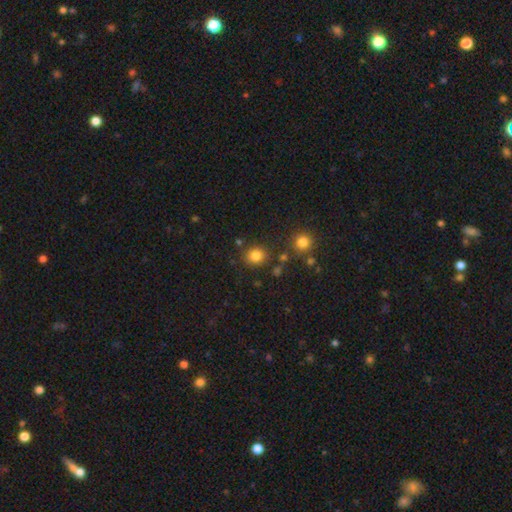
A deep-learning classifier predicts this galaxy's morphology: Q: Smooth or featured?
A: smooth (82%); runner-up: star or artifact (13%)
Q: How rounded?
A: round (84%); runner-up: in between (15%)
Q: Merging?
A: none (83%); runner-up: minor disturbance (9%)